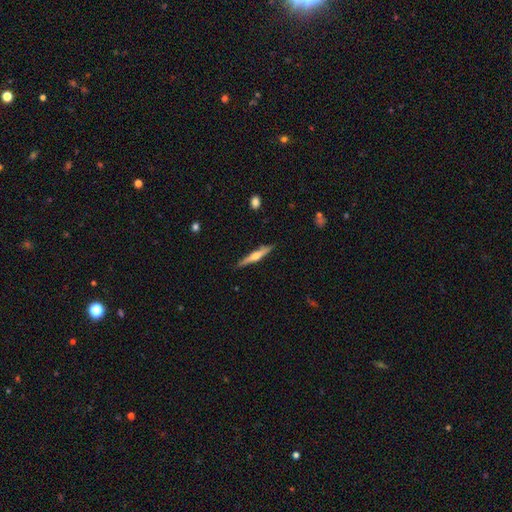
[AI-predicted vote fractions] Smooth or featured? Predicted: featured or disk (p=0.62). Edge-on disk? Predicted: yes (p=0.97). Edge-on bulge? Predicted: rounded (p=0.89). Merging? Predicted: none (p=0.88).